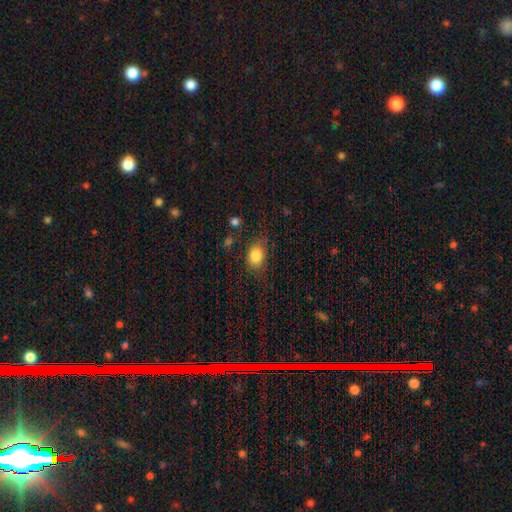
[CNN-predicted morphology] Smooth or featured? smooth (83%)
How rounded? in between (61%)
Merging? none (65%)